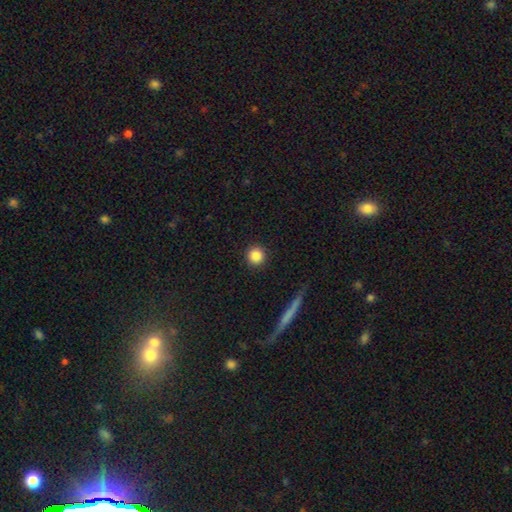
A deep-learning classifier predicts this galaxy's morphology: A smooth galaxy with no disk features (86%) that is round (95%). Merging: none (92%).